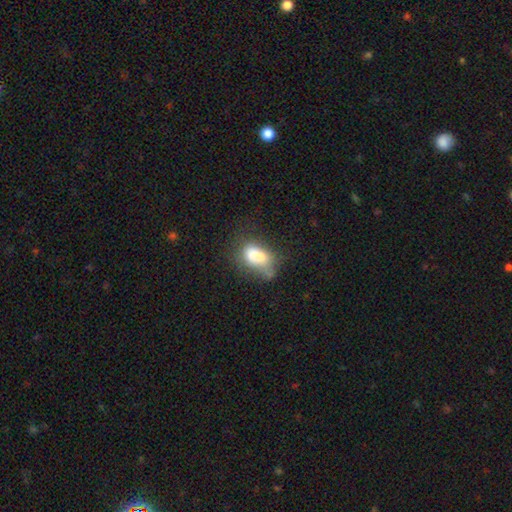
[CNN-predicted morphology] A smooth galaxy with no disk features (71%) that is in between round and cigar-shaped (86%). Merging: none (28%).